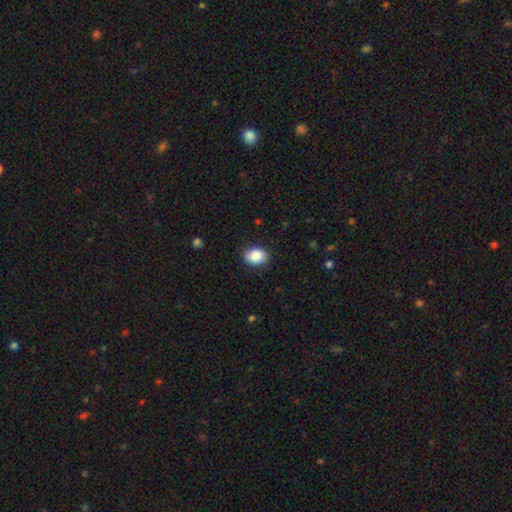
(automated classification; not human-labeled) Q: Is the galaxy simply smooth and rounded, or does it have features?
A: smooth — 86%.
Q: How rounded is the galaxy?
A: in between — 64%.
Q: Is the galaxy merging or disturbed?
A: none — 89%.